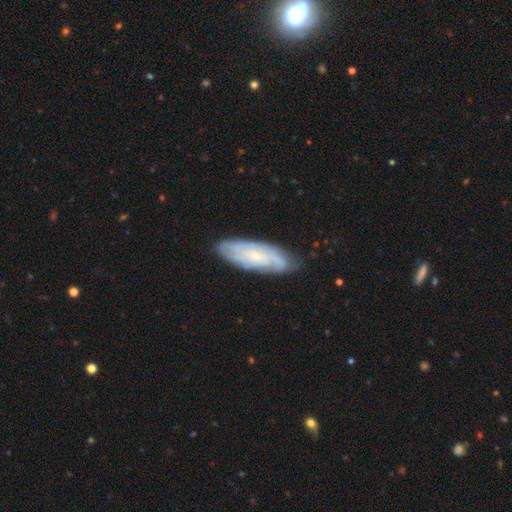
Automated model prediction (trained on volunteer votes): Q: Smooth or featured?
A: featured or disk (70%); runner-up: smooth (23%)
Q: Edge-on disk?
A: no (86%); runner-up: yes (14%)
Q: Bar?
A: no (75%); runner-up: weak (21%)
Q: Spiral arms?
A: yes (88%); runner-up: no (12%)
Q: Spiral winding?
A: tight (67%); runner-up: medium (26%)
Q: Spiral arm count?
A: can't tell (51%); runner-up: 2 (17%)
Q: Bulge size?
A: small (77%); runner-up: moderate (18%)
Q: Merging?
A: none (79%); runner-up: minor disturbance (16%)